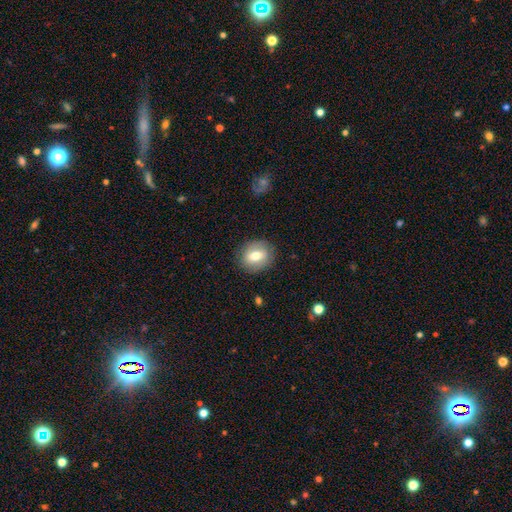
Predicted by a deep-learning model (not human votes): Smooth or featured? Predicted: smooth (p=0.67). How rounded? Predicted: round (p=0.57). Merging? Predicted: none (p=0.85).